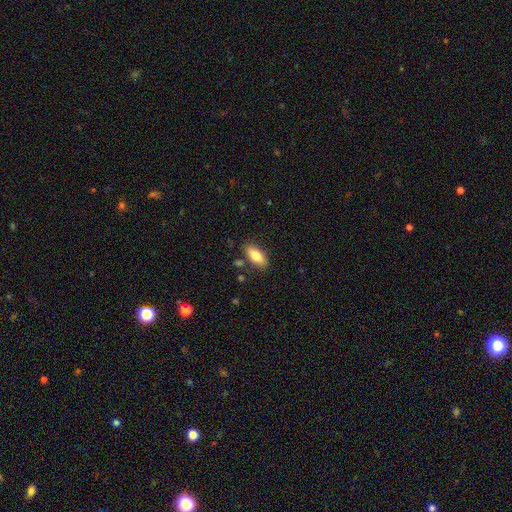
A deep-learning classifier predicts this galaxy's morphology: A smooth galaxy with no disk features (80%) that is in between round and cigar-shaped (82%).

Vote fractions:
- Smooth or featured? smooth: 80% / featured or disk: 13% / star or artifact: 7%
- How rounded? in between: 82% / cigar-shaped: 16% / round: 2%
- Merging? none: 83% / minor disturbance: 11% / merger: 3% / major disturbance: 2%